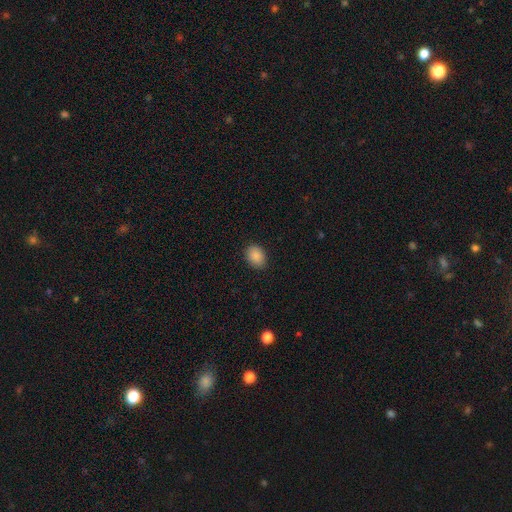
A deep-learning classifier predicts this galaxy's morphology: type=smooth (87%); roundness=in between (66%); merging=none (87%).